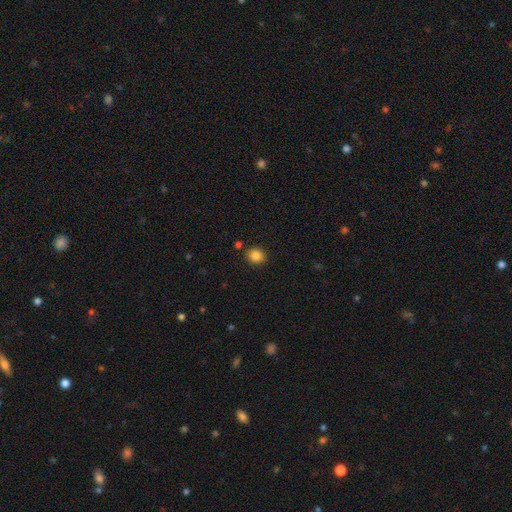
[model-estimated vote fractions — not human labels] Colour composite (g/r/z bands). It shows a smooth galaxy with no disk features (86%) that is round (78%). Merging: none (86%).